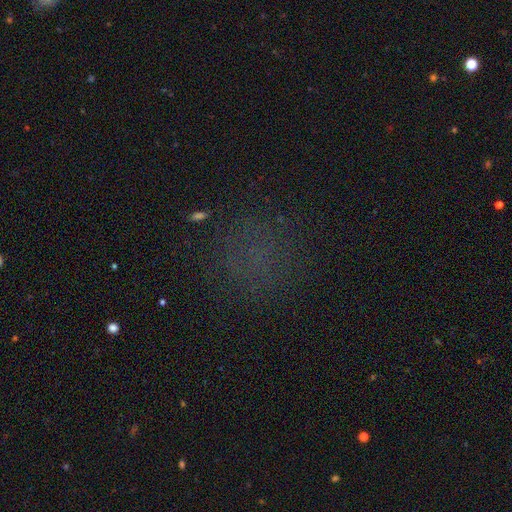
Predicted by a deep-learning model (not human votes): smooth_or_featured: smooth (p=0.48) [alt: star or artifact p=0.42]
merging: none (p=0.82) [alt: minor disturbance p=0.10]